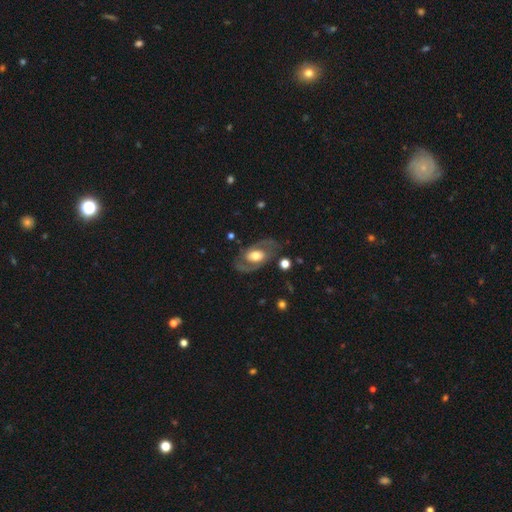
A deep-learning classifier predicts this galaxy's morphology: This is likely a featured or disk galaxy (74%). It is clearly not viewed edge-on (94%). Bar: possibly no (58%). Spiral arm pattern: likely yes (77%). Spiral arm count: clearly 2 (86%). Spiral winding: possibly medium (52%). Central bulge: possibly moderate (57%). Merging: likely none (74%).